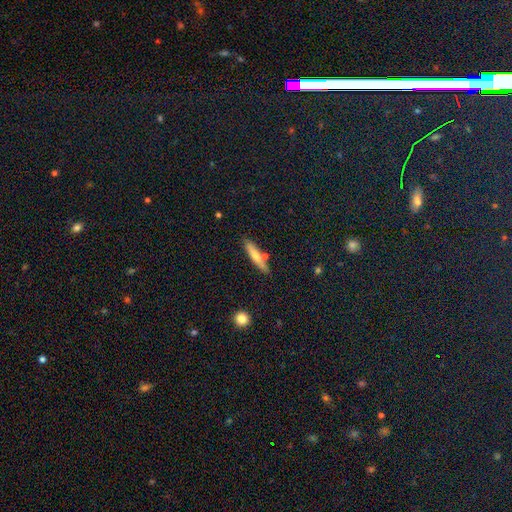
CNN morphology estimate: smooth_or_featured: smooth (p=0.55) [alt: featured or disk p=0.38]
how_rounded: cigar-shaped (p=0.86) [alt: in between p=0.12]
merging: none (p=0.79) [alt: minor disturbance p=0.11]